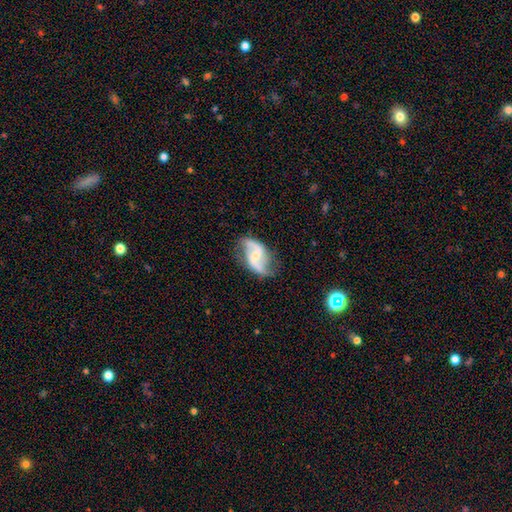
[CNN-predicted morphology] featured or disk 84%, smooth 10%, star or artifact 6%. Down the decision tree: edge-on disk — no (97%); bar — weak (46%); spiral arms — yes (95%); spiral arm count — 2 (91%); spiral winding — loose (66%); bulge size — small (54%); merging — none (68%).